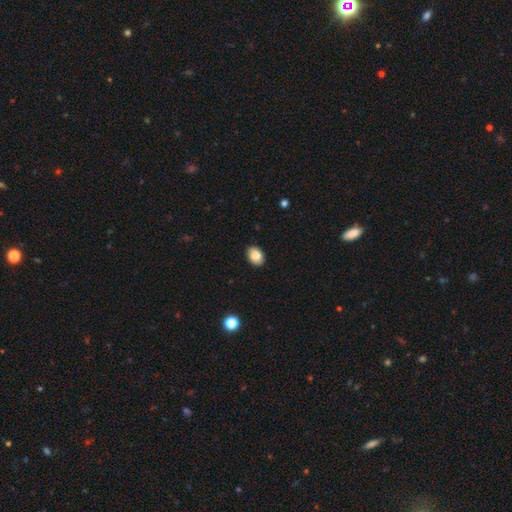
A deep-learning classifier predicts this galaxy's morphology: Smooth or featured? Predicted: smooth (p=0.82). How rounded? Predicted: in between (p=0.80). Merging? Predicted: none (p=0.90).